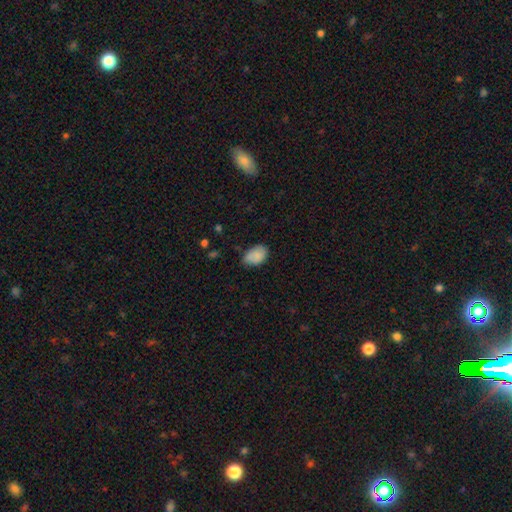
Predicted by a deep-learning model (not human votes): Morphology: type=smooth (82%); roundness=in between (86%); merging=none (59%).